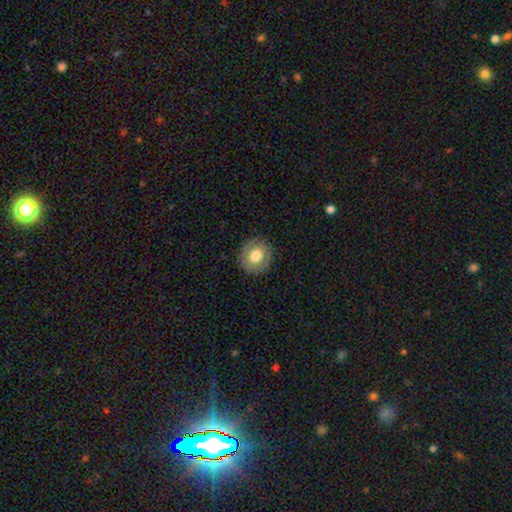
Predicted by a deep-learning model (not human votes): Overall: smooth (66%; featured or disk 27%). How rounded: round (79%). Merging: none (86%).